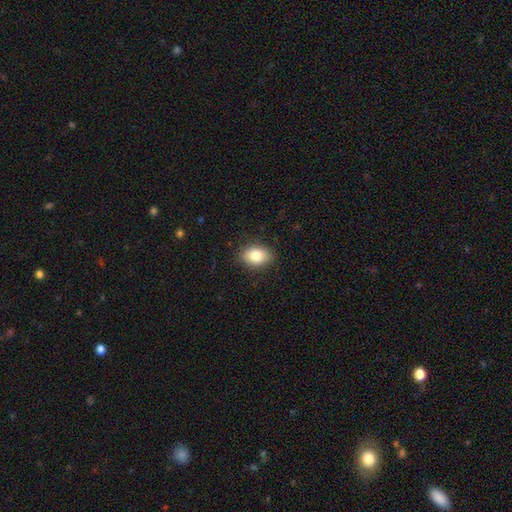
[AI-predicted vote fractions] smooth_or_featured: smooth (p=0.82) [alt: featured or disk p=0.09]
how_rounded: in between (p=0.81) [alt: round p=0.17]
merging: none (p=0.87) [alt: minor disturbance p=0.10]